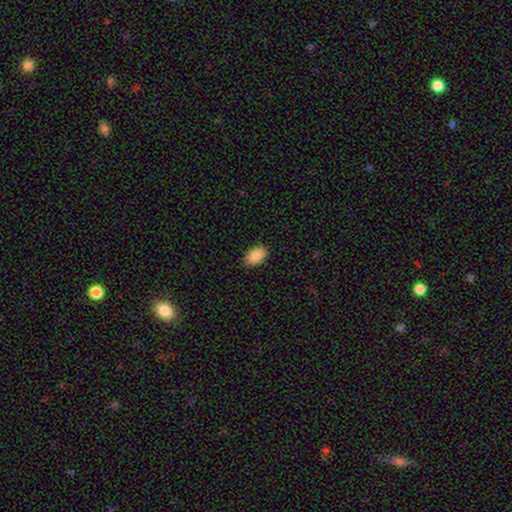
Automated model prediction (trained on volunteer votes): The model was most divided on "merging": none: 88%, minor disturbance: 9%, major disturbance: 2%, merger: 1%. More confident: how rounded — in between (93%); smooth or featured — smooth (89%).